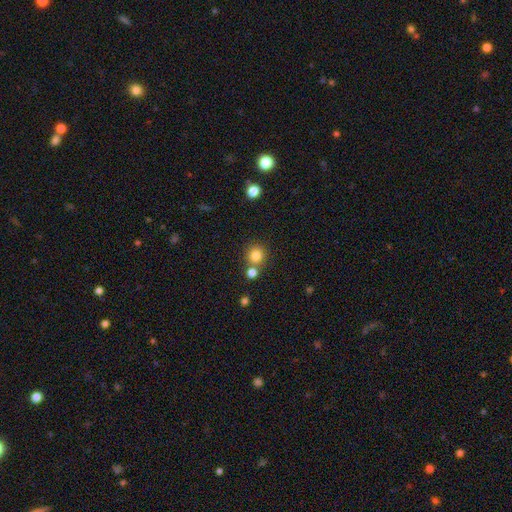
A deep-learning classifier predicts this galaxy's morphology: A smooth galaxy with no disk features (81%) that is round (90%). Merging: none (69%).